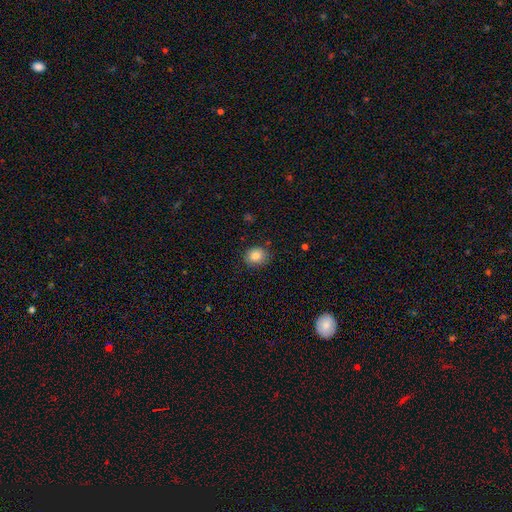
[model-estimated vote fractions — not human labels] smooth-or-featured: smooth: 84% | star or artifact: 9% | featured or disk: 6%
  how-rounded: round: 67% | in between: 33% | cigar-shaped: 1%
  merging: none: 83% | minor disturbance: 13% | major disturbance: 3% | merger: 1%